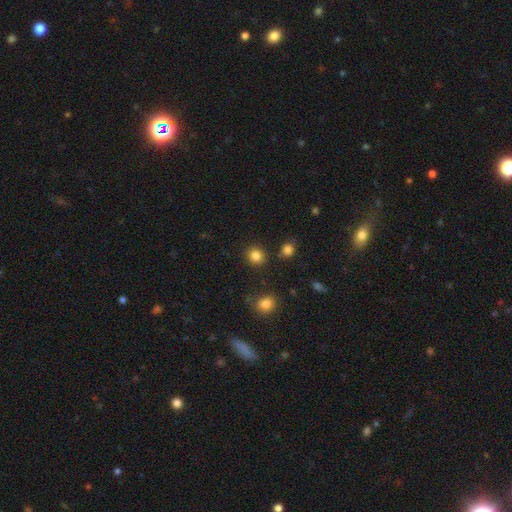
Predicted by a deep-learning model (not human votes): Smooth or featured? smooth (84%)
How rounded? round (90%)
Merging? none (88%)